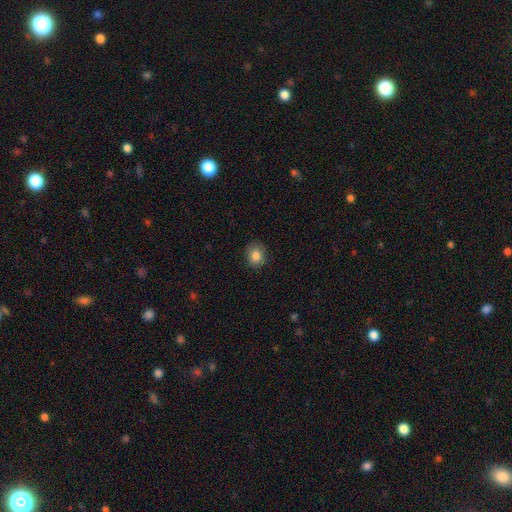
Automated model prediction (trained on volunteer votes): smooth-or-featured: smooth: 84% | star or artifact: 9% | featured or disk: 7%
  how-rounded: round: 63% | in between: 36% | cigar-shaped: 1%
  merging: none: 85% | minor disturbance: 11% | major disturbance: 3% | merger: 1%